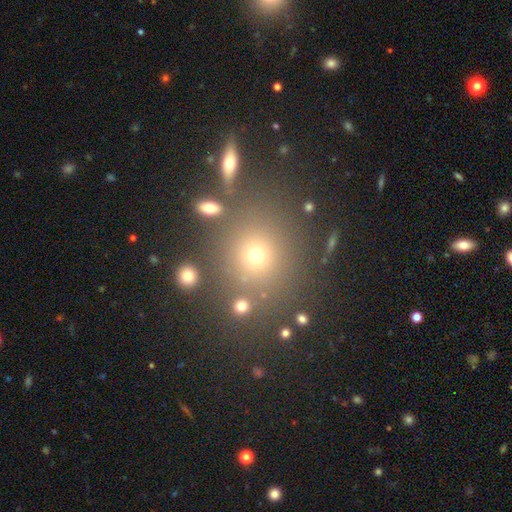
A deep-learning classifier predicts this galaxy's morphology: This is likely a smooth galaxy (67%). How rounded: clearly round (84%). Merging: likely none (78%).